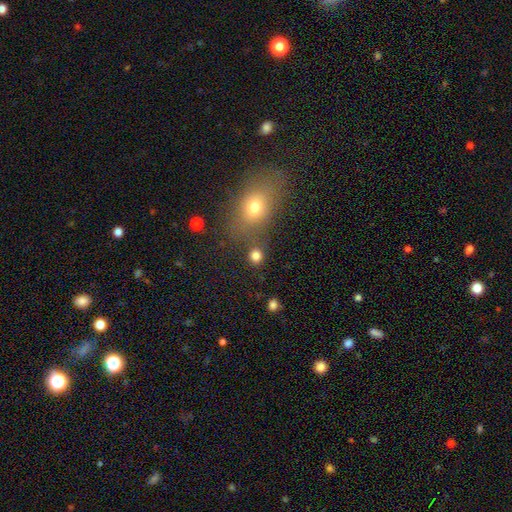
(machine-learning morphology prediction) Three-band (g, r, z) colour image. It shows a smooth galaxy with no disk features (81%) that is round (80%). Merging: none (73%).